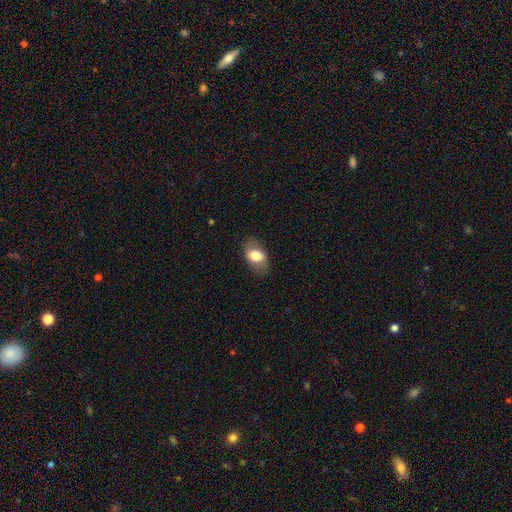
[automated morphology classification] Overall: smooth (71%). How rounded: in between (86%). Merging: none (78%).